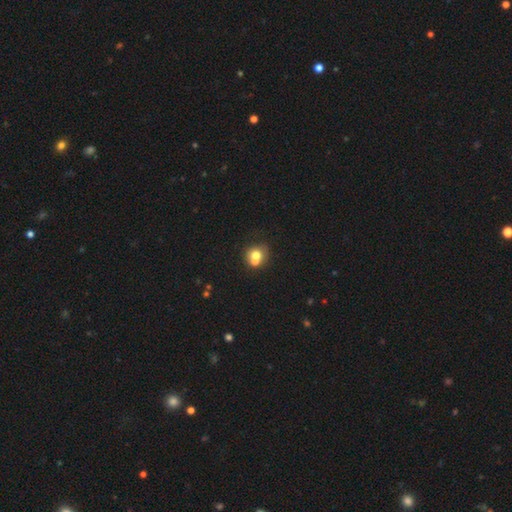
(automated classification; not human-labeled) Morphology: type=smooth (68%); roundness=round (80%); merging=merger (49%).